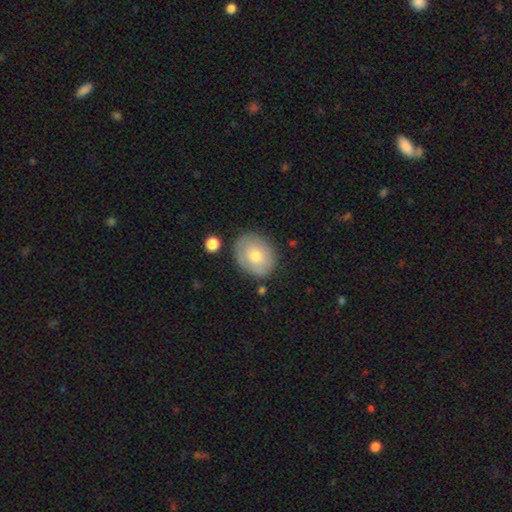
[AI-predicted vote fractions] A smooth galaxy with no disk features (64%) that is in between round and cigar-shaped (50%).

Vote fractions:
- Smooth or featured? smooth: 64% / featured or disk: 29% / star or artifact: 7%
- How rounded? in between: 50% / round: 49% / cigar-shaped: 1%
- Merging? none: 77% / minor disturbance: 16% / major disturbance: 4% / merger: 3%